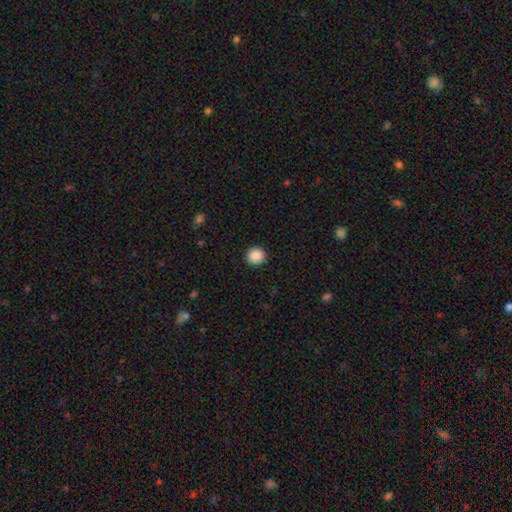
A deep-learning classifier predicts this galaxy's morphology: Overall: smooth (89%). How rounded: round (92%). Merging: none (92%).